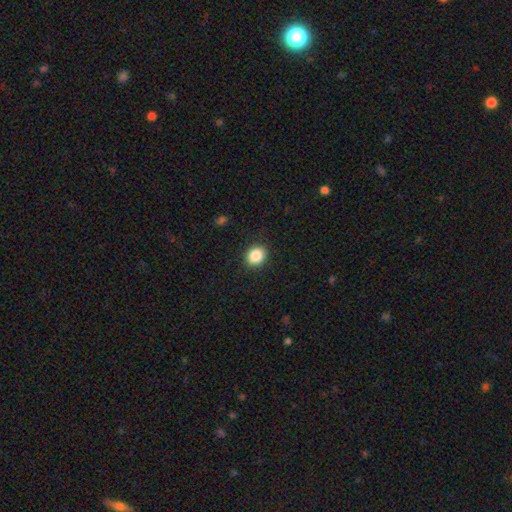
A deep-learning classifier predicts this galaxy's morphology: smooth_or_featured: smooth (p=0.87) [alt: star or artifact p=0.09]
how_rounded: round (p=0.66) [alt: in between p=0.33]
merging: none (p=0.90) [alt: minor disturbance p=0.07]